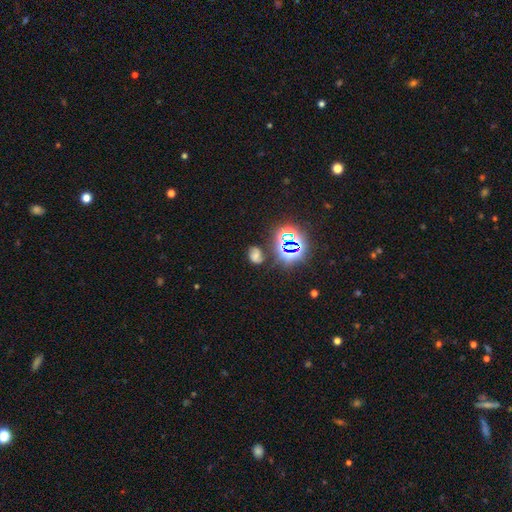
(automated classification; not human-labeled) smooth_or_featured: smooth (p=0.38) [alt: star or artifact p=0.34]
merging: none (p=0.60) [alt: minor disturbance p=0.21]